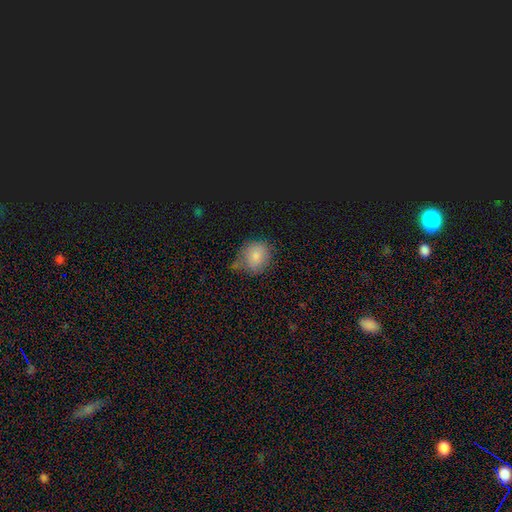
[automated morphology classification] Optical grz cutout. It shows a smooth galaxy with no disk features (81%) that is round (77%). Merging: none (54%).